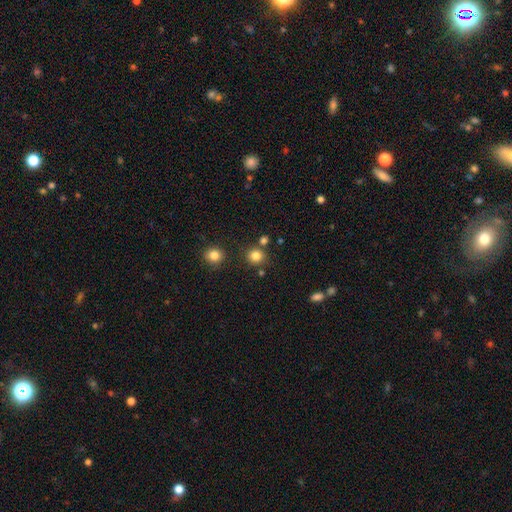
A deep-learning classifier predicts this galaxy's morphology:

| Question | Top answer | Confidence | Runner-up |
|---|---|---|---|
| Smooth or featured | smooth | 82% | star or artifact (13%) |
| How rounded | round | 88% | in between (11%) |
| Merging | none | 80% | minor disturbance (8%) |